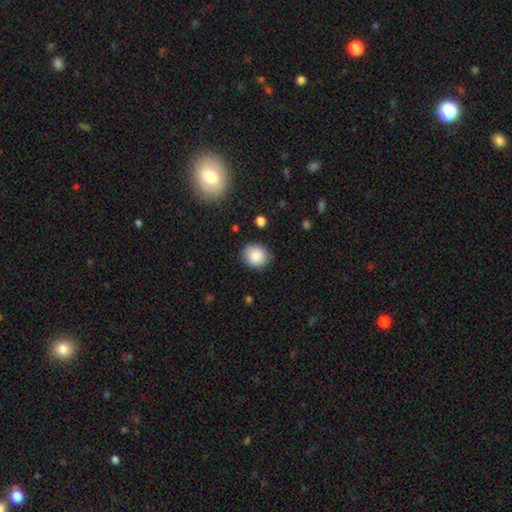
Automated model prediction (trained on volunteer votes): The model was most divided on "how rounded": round: 74%, in between: 25%, cigar-shaped: 1%. More confident: merging — none (86%); smooth or featured — smooth (86%).